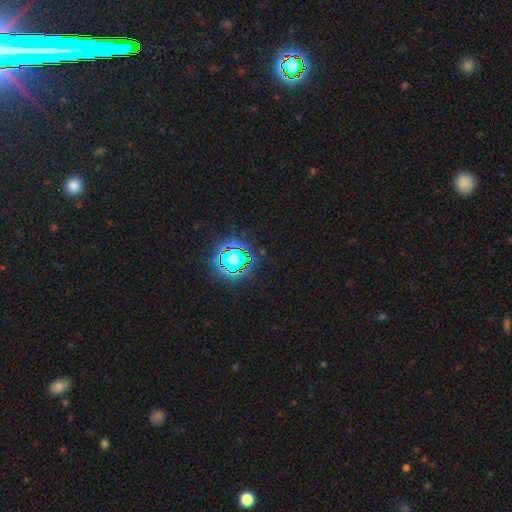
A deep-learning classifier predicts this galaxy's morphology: This appears to be a star or artifact, not a galaxy (82%).